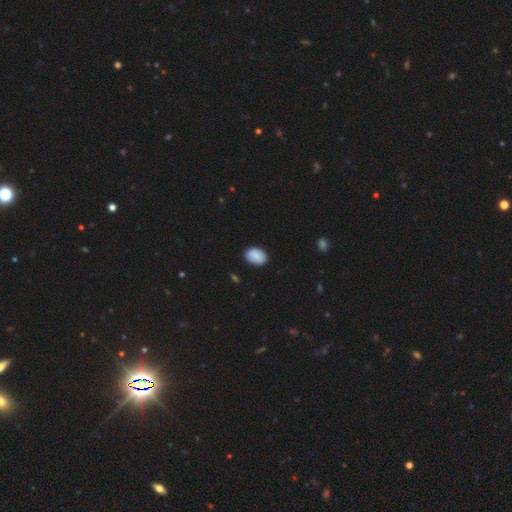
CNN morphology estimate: The model was most divided on "how rounded": in between: 83%, round: 16%, cigar-shaped: 1%. More confident: smooth or featured — smooth (88%); merging — none (86%).